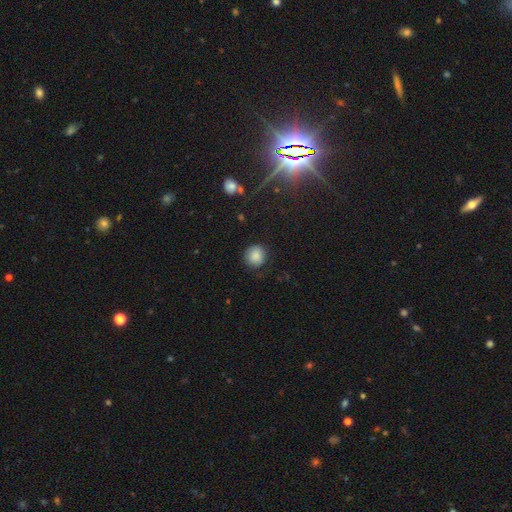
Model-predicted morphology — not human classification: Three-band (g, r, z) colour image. It shows a smooth galaxy with no disk features (85%) that is round (90%). Merging: none (80%).